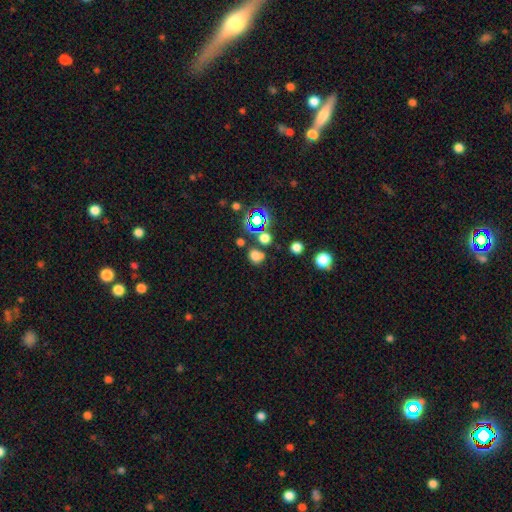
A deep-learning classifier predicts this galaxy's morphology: Overall: smooth (65%; star or artifact 27%). How rounded: round (67%; in between 32%). Merging: none (61%).